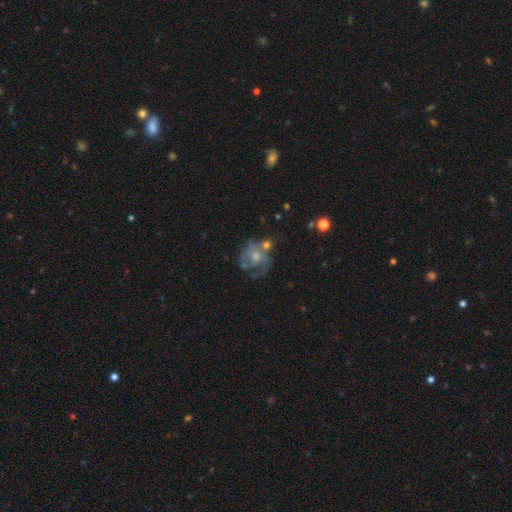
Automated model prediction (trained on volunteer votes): Smooth or featured?
  - featured or disk: 63% *
  - smooth: 29%
  - star or artifact: 9%
Edge-on disk?
  - no: 98% *
  - yes: 2%
Bar?
  - no: 80% *
  - weak: 18%
  - strong: 3%
Spiral arms?
  - yes: 63% *
  - no: 37%
Bulge size?
  - moderate: 55% *
  - small: 32%
  - none: 6%
  - large: 6%
  - dominant: 1%
Merging?
  - none: 38% *
  - major disturbance: 26%
  - minor disturbance: 21%
  - merger: 16%